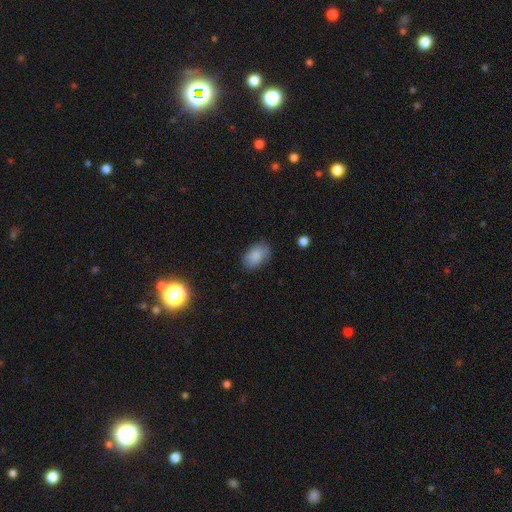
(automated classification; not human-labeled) smooth 86%, star or artifact 8%, featured or disk 6%. Down the decision tree: how rounded — in between (88%); merging — none (75%).